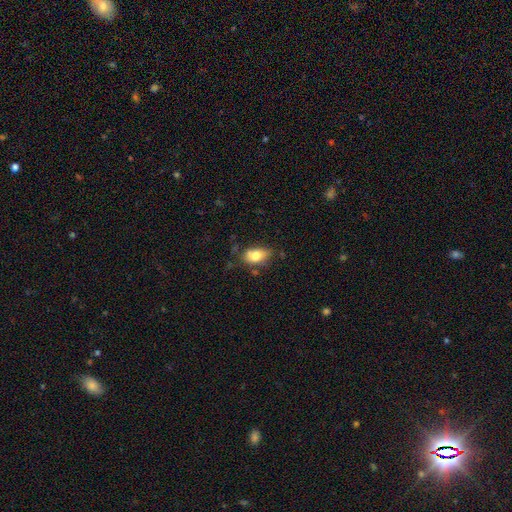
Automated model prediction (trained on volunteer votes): smooth-or-featured: smooth: 77% | featured or disk: 15% | star or artifact: 8%
  how-rounded: in between: 87% | round: 10% | cigar-shaped: 3%
  merging: none: 64% | minor disturbance: 25% | major disturbance: 6% | merger: 5%